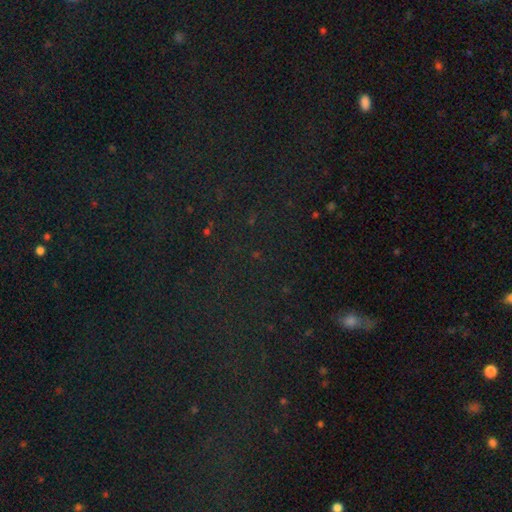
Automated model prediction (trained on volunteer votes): A star or artifact, not a galaxy (77%).

Vote fractions:
- Smooth or featured? star or artifact: 77% / smooth: 14% / featured or disk: 9%